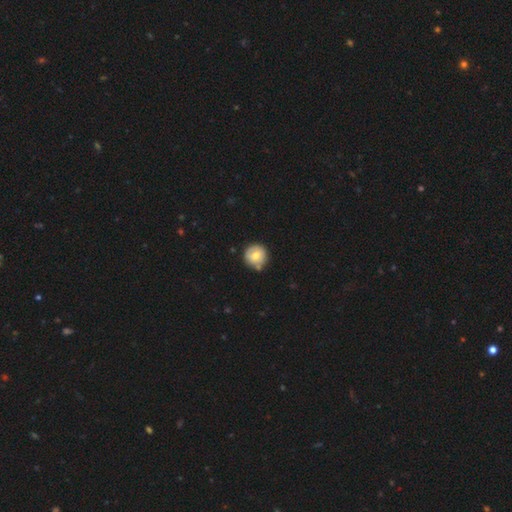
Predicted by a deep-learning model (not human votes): Smooth or featured? Predicted: smooth (p=0.68). How rounded? Predicted: round (p=0.94). Merging? Predicted: none (p=0.75).